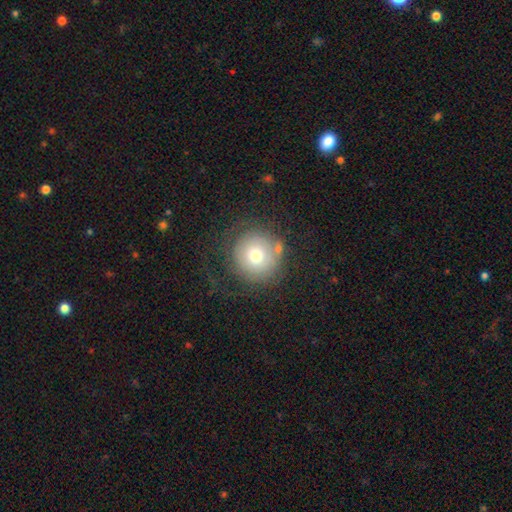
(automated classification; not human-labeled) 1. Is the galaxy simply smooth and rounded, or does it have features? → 63% smooth, 27% featured or disk, 10% star or artifact.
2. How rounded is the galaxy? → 95% round, 4% in between, 1% cigar-shaped.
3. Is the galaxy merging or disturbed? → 68% none, 15% minor disturbance, 12% major disturbance, 5% merger.